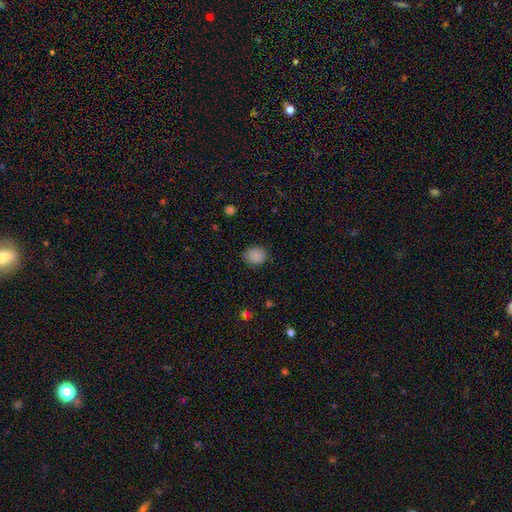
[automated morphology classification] Smooth or featured: smooth — 87% (star or artifact — 9%)
How rounded: round — 60% (in between — 39%)
Merging: none — 81% (minor disturbance — 15%)